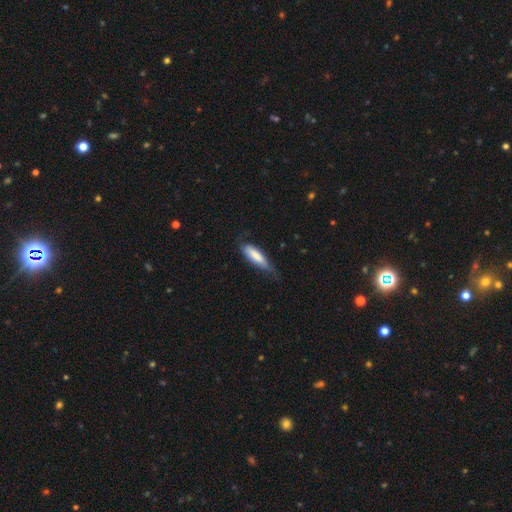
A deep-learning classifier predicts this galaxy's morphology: type=smooth (74%); roundness=in between (49%, tied with cigar-shaped); merging=none (56%).